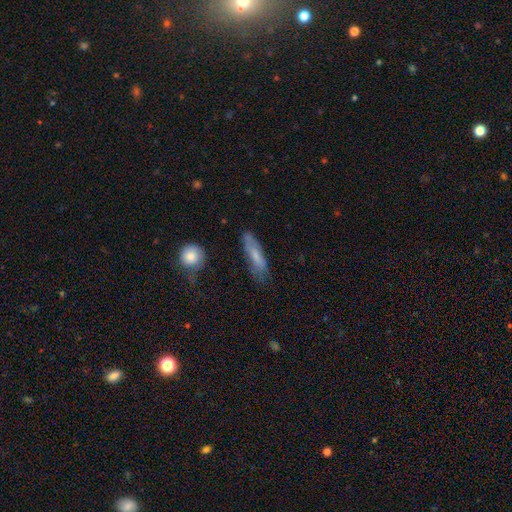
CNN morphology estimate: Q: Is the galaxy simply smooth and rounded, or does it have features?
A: smooth — 61%.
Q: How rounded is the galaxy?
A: cigar-shaped — 65%.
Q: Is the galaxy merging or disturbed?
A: none — 65%.